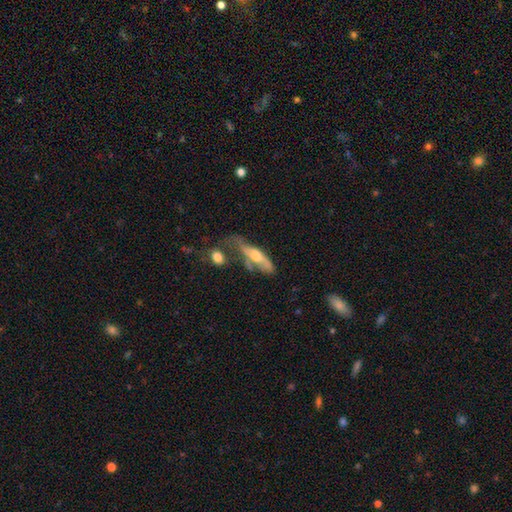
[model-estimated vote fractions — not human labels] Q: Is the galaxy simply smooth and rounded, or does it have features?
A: featured or disk — 52%.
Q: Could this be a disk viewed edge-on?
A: yes — 54%.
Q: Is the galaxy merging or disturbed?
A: none — 28%, tied with major disturbance.